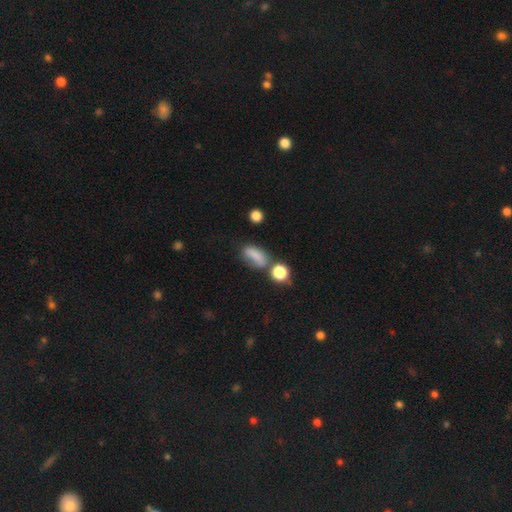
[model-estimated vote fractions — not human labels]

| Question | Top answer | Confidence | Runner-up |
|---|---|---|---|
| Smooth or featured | smooth | 74% | featured or disk (13%) |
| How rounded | in between | 67% | cigar-shaped (19%) |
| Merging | none | 42% | minor disturbance (23%) |